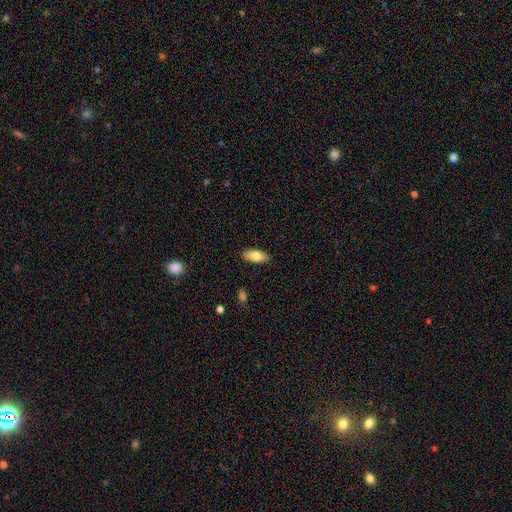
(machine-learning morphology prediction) Smooth or featured? Predicted: smooth (p=0.80). How rounded? Predicted: in between (p=0.86). Merging? Predicted: none (p=0.88).